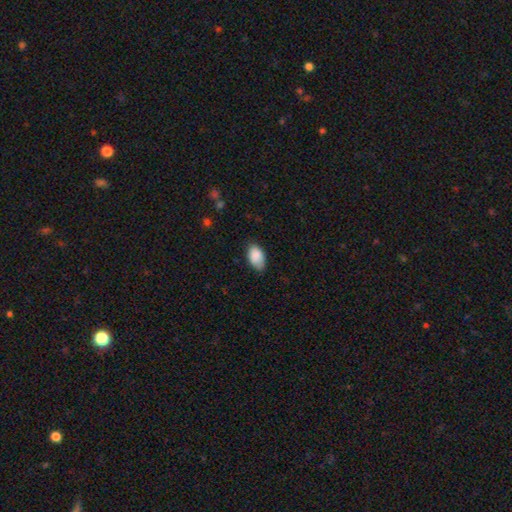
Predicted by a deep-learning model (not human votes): Q: Smooth or featured?
A: smooth (88%); runner-up: star or artifact (7%)
Q: How rounded?
A: in between (94%); runner-up: round (5%)
Q: Merging?
A: none (72%); runner-up: minor disturbance (23%)